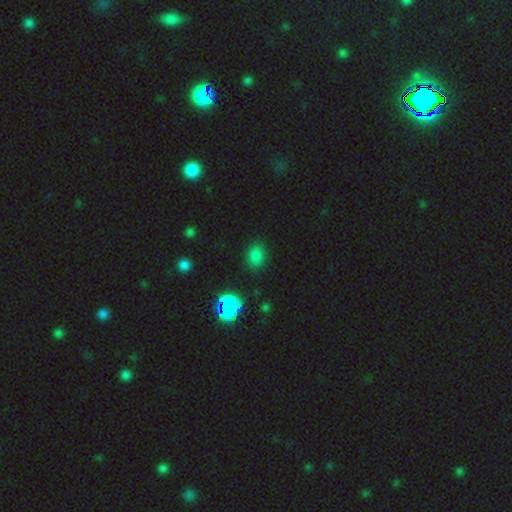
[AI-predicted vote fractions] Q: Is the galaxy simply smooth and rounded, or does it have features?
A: smooth — 78%.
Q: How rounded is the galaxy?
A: in between — 53%.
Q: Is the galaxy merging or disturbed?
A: none — 83%.